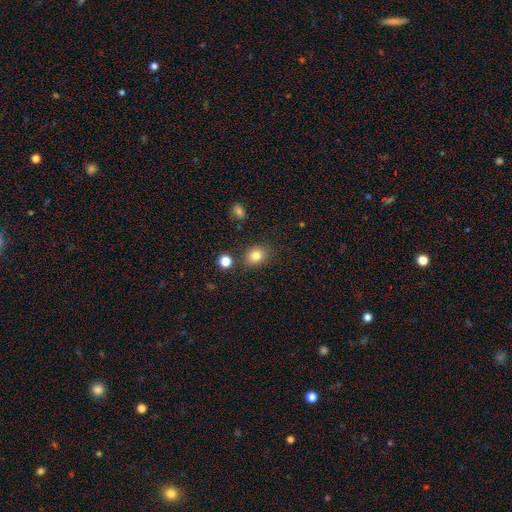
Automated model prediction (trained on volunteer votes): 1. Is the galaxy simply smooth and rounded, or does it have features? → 81% smooth, 12% star or artifact, 7% featured or disk.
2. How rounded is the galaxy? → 55% round, 44% in between, 1% cigar-shaped.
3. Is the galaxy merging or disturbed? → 82% none, 11% minor disturbance, 4% merger, 3% major disturbance.